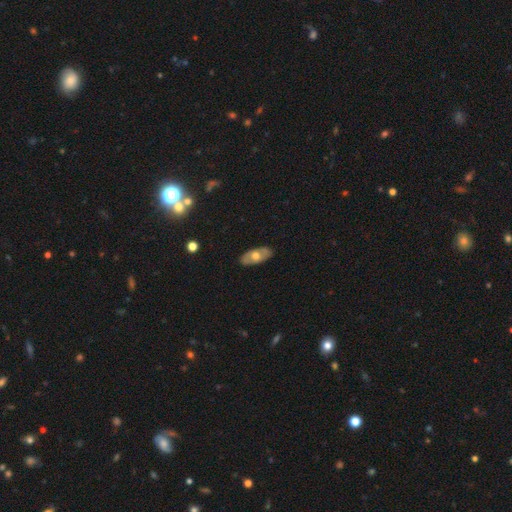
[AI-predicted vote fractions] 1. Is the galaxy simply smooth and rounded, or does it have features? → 48% featured or disk, 46% smooth, 5% star or artifact.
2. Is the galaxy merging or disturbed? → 86% none, 11% minor disturbance, 2% major disturbance, 1% merger.